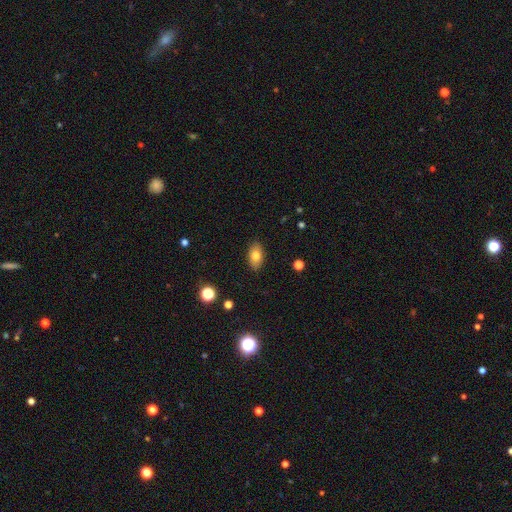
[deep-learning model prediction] The model was most divided on "smooth or featured": smooth: 79%, featured or disk: 13%, star or artifact: 8%. More confident: how rounded — in between (91%); merging — none (88%).